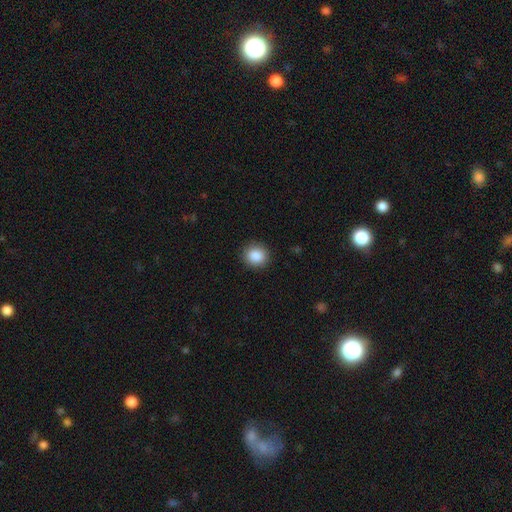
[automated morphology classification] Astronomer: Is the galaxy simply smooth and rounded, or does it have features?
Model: smooth — 88%.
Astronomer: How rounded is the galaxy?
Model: round — 85%.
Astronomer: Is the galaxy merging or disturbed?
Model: none — 91%.